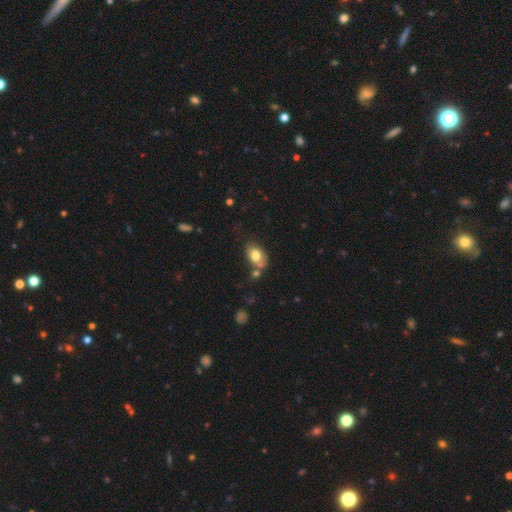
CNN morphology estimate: Smooth or featured? Predicted: smooth (p=0.76). How rounded? Predicted: in between (p=0.77). Merging? Predicted: none (p=0.50).